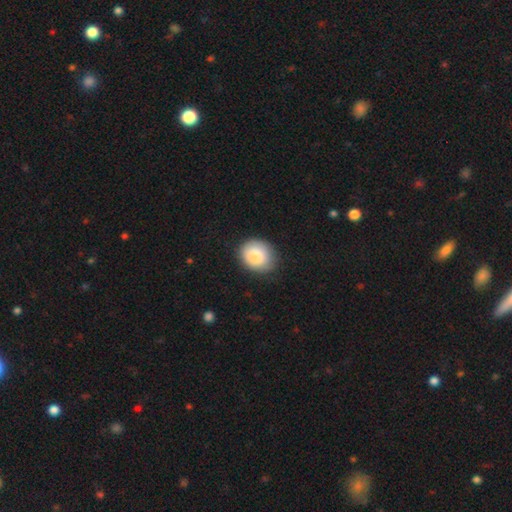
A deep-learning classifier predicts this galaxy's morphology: The model was most divided on "how rounded": round: 58%, in between: 41%, cigar-shaped: 1%. More confident: smooth or featured — smooth (84%); merging — none (84%).